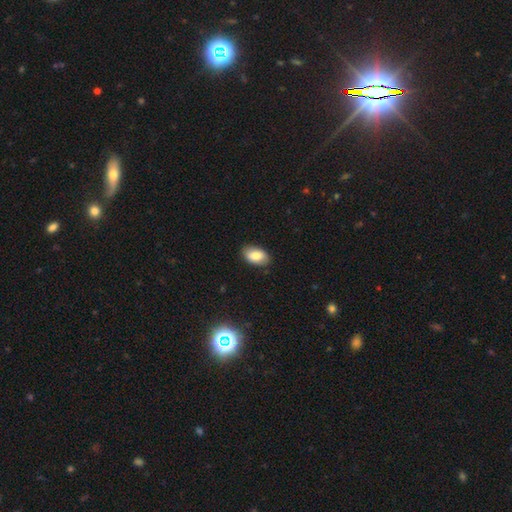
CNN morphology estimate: Smooth or featured?
  - smooth: 82% *
  - featured or disk: 11%
  - star or artifact: 7%
How rounded?
  - in between: 92% *
  - round: 6%
  - cigar-shaped: 1%
Merging?
  - none: 84% *
  - minor disturbance: 13%
  - major disturbance: 2%
  - merger: 1%